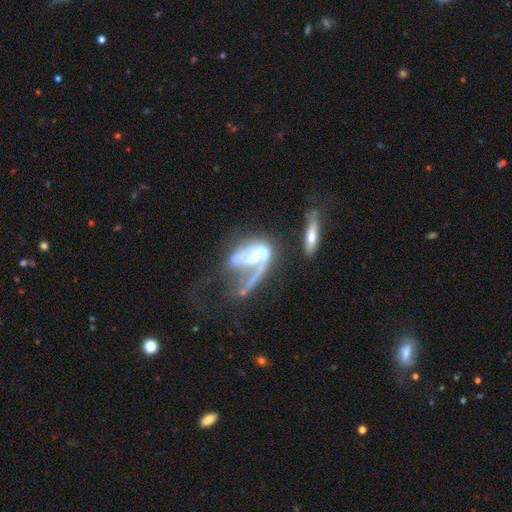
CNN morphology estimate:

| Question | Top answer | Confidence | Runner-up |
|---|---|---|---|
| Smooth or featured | featured or disk | 78% | smooth (15%) |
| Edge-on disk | no | 94% | yes (6%) |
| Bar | no | 47% | weak (34%) |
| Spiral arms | yes | 78% | no (22%) |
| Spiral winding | loose | 47% | medium (35%) |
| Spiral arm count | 1 | 53% | 2 (30%) |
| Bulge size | moderate | 39% | small (31%) |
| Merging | major disturbance | 47% | merger (25%) |